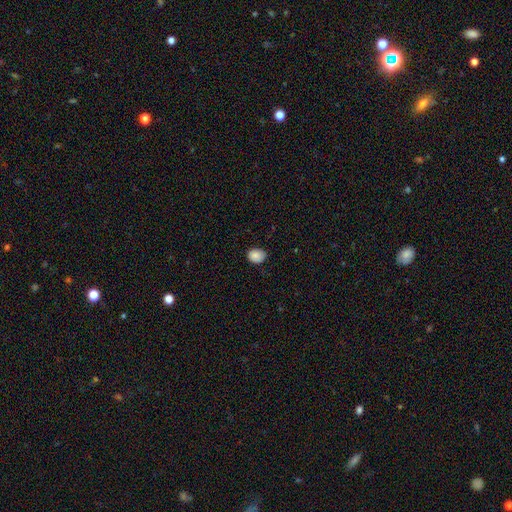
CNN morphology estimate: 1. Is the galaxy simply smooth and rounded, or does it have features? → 85% smooth, 9% star or artifact, 6% featured or disk.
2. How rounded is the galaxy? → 52% in between, 47% round, 1% cigar-shaped.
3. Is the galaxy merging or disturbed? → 78% none, 18% minor disturbance, 3% major disturbance, 1% merger.